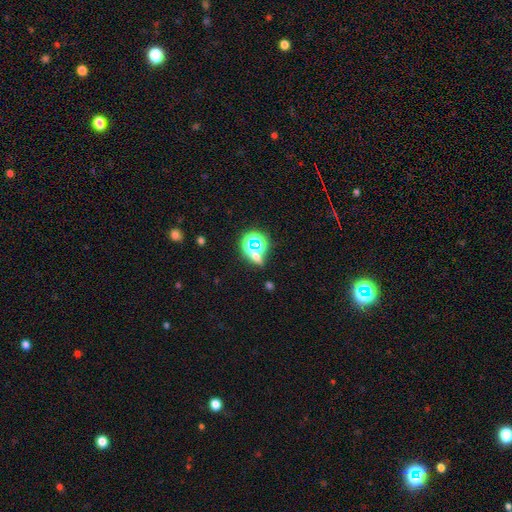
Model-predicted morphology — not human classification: smooth-or-featured: star or artifact: 61% | smooth: 28% | featured or disk: 11%